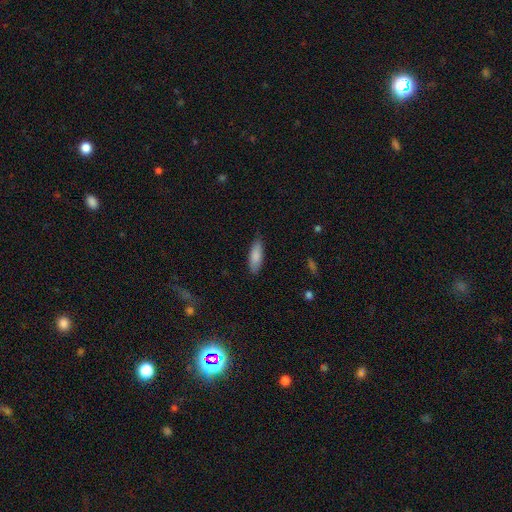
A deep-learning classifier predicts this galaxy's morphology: A smooth galaxy with no disk features (85%) that is in between round and cigar-shaped (61%).

Vote fractions:
- Smooth or featured? smooth: 85% / featured or disk: 9% / star or artifact: 6%
- How rounded? in between: 61% / cigar-shaped: 37% / round: 2%
- Merging? none: 84% / minor disturbance: 12% / major disturbance: 2% / merger: 1%